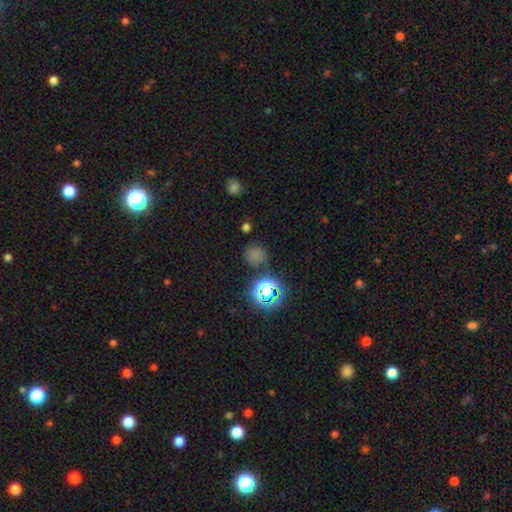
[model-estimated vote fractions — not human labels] A smooth galaxy with no disk features (66%) that is round (87%).

Vote fractions:
- Smooth or featured? smooth: 66% / star or artifact: 28% / featured or disk: 6%
- How rounded? round: 87% / in between: 12% / cigar-shaped: 1%
- Merging? none: 77% / minor disturbance: 13% / merger: 5% / major disturbance: 5%